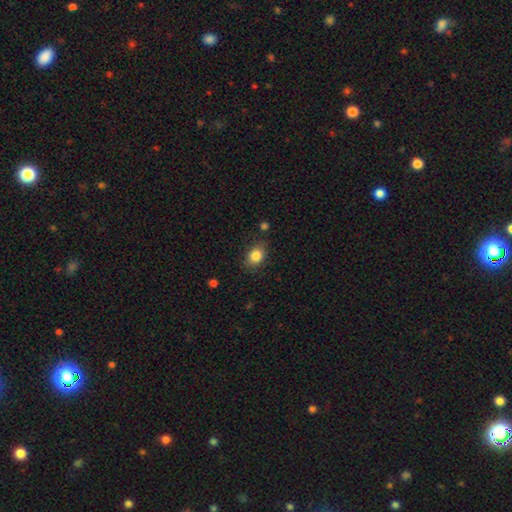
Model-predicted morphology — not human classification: Smooth or featured? Predicted: smooth (p=0.84). How rounded? Predicted: in between (p=0.65). Merging? Predicted: none (p=0.80).